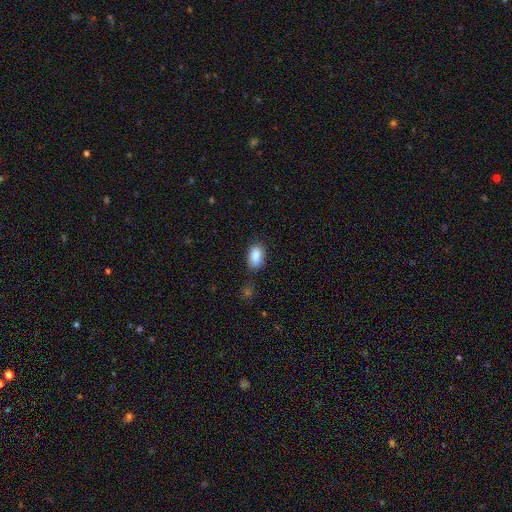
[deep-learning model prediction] A smooth galaxy with no disk features (88%) that is in between round and cigar-shaped (90%). Merging: none (80%).